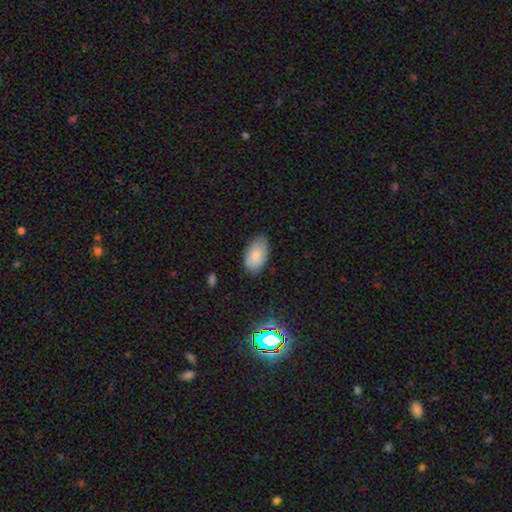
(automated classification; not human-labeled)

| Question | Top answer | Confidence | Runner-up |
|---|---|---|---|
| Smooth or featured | smooth | 80% | featured or disk (12%) |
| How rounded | in between | 94% | round (4%) |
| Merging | none | 78% | minor disturbance (17%) |